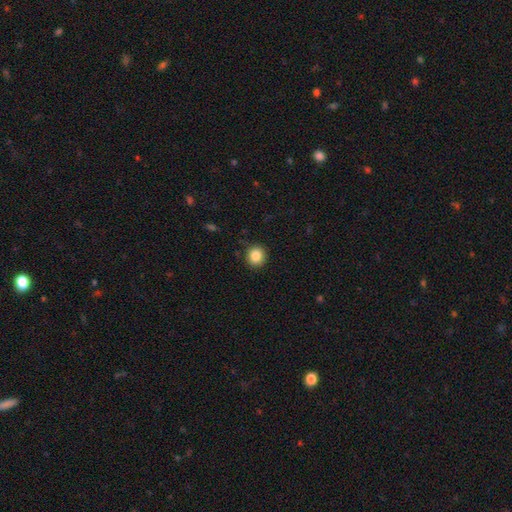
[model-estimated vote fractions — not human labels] Smooth or featured: smooth — 85% (star or artifact — 10%)
How rounded: round — 85% (in between — 14%)
Merging: none — 89% (minor disturbance — 7%)